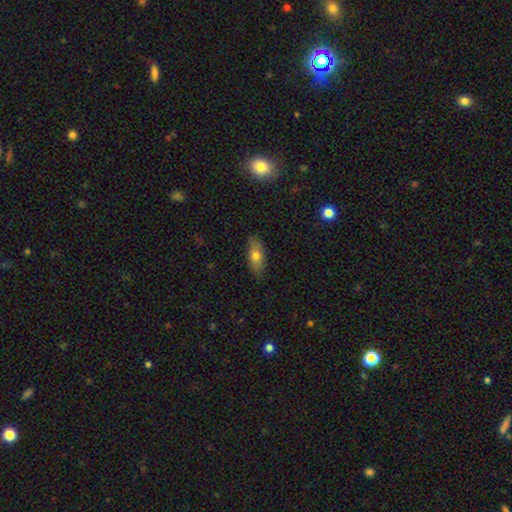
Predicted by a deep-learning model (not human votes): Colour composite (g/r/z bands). It shows a smooth galaxy with no disk features (69%) that is in between round and cigar-shaped (78%). Merging: none (83%).